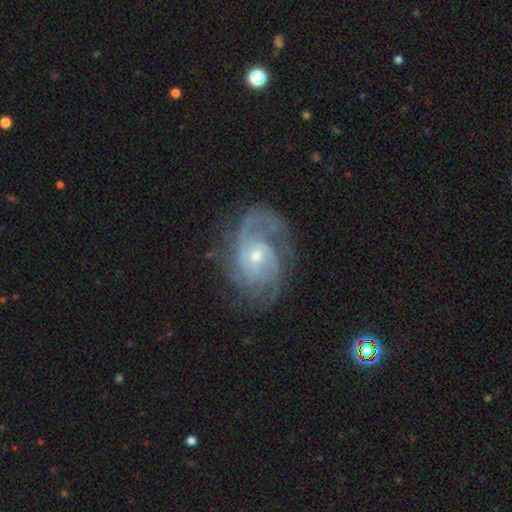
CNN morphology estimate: A featured or disk galaxy (88%) with no bar (63%), 2 (33%) tight (48%) spiral arms (96%) and a small central bulge (59%).

Vote fractions:
- Smooth or featured? featured or disk: 88% / smooth: 6% / star or artifact: 6%
- Edge-on disk? no: 97% / yes: 3%
- Bar? no: 63% / weak: 31% / strong: 6%
- Spiral arms? yes: 96% / no: 4%
- Spiral winding? tight: 48% / medium: 40% / loose: 11%
- Spiral arm count? 2: 33% / can't tell: 24% / 3: 23% / 4: 9% / 1: 6% / more than 4: 6%
- Bulge size? small: 59% / moderate: 37% / large: 2% / none: 1% / dominant: 1%
- Merging? none: 69% / minor disturbance: 18% / major disturbance: 11% / merger: 1%